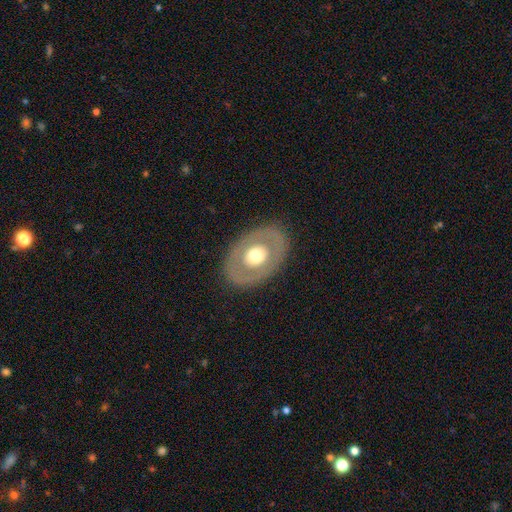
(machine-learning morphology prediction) Smooth or featured?
  - featured or disk: 54% *
  - smooth: 39%
  - star or artifact: 6%
Edge-on disk?
  - no: 90% *
  - yes: 10%
Merging?
  - none: 86% *
  - minor disturbance: 9%
  - major disturbance: 4%
  - merger: 1%